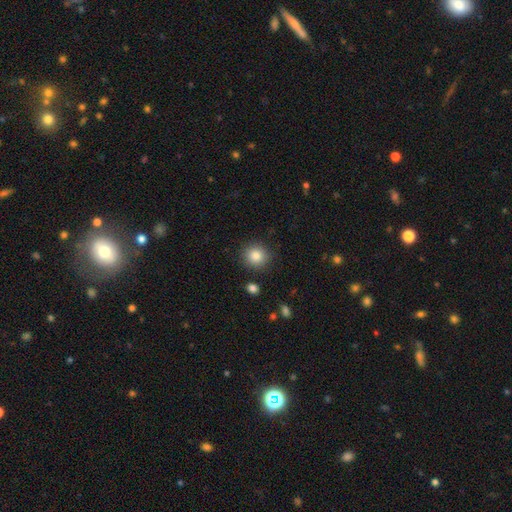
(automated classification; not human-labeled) Smooth or featured: smooth — 86% (star or artifact — 10%)
How rounded: round — 91% (in between — 8%)
Merging: none — 88% (minor disturbance — 7%)